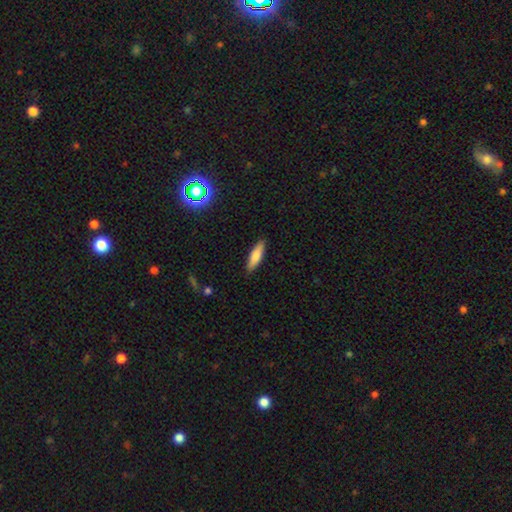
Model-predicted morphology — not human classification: smooth 79%, featured or disk 15%, star or artifact 6%. Down the decision tree: how rounded — cigar-shaped (60%); merging — none (88%).